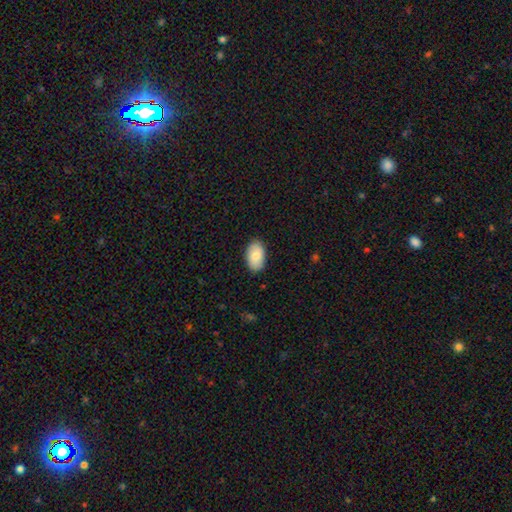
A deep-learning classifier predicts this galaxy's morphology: smooth-or-featured: smooth: 84% | featured or disk: 10% | star or artifact: 6%
  how-rounded: in between: 94% | round: 5% | cigar-shaped: 1%
  merging: none: 87% | minor disturbance: 10% | major disturbance: 2% | merger: 1%